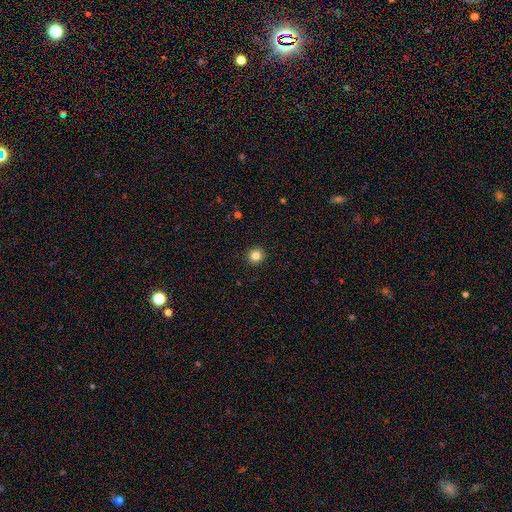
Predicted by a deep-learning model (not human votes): Overall: smooth (83%). How rounded: round (93%). Merging: none (93%).